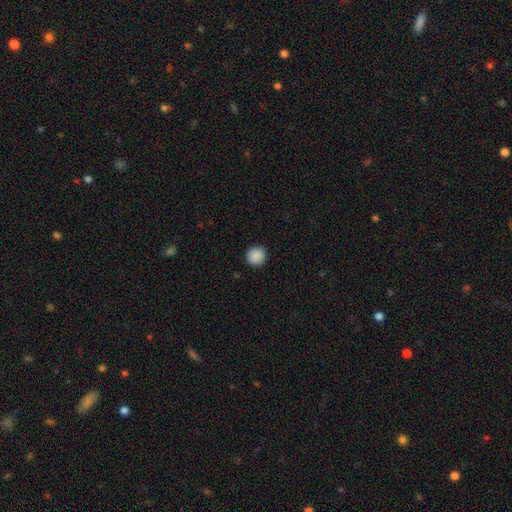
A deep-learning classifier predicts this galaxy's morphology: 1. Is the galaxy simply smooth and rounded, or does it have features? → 89% smooth, 8% star or artifact, 2% featured or disk.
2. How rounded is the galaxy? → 95% round, 4% in between, 1% cigar-shaped.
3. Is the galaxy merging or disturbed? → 92% none, 5% minor disturbance, 2% major disturbance, 1% merger.